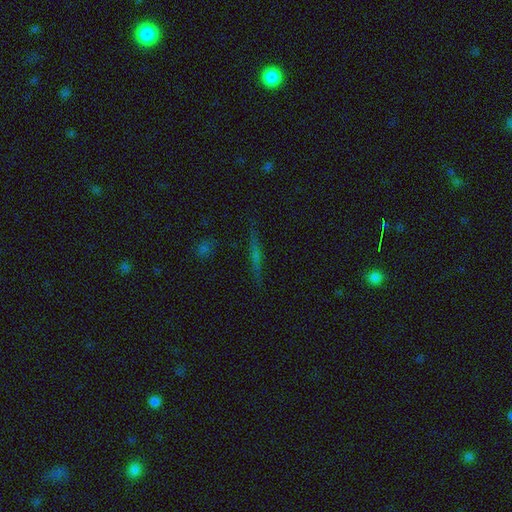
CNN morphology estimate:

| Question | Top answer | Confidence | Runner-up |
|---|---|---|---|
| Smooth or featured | featured or disk | 54% | smooth (28%) |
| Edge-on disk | yes | 94% | no (6%) |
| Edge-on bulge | none | 50% | rounded (37%) |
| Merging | none | 88% | minor disturbance (8%) |